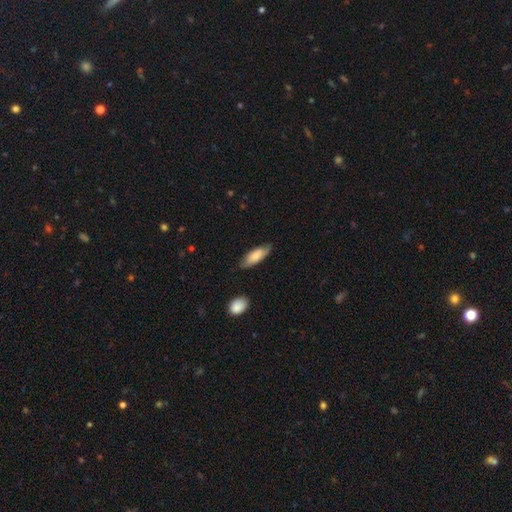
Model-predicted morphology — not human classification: smooth 73%, featured or disk 21%, star or artifact 6%. Down the decision tree: how rounded — in between (69%); merging — none (74%).